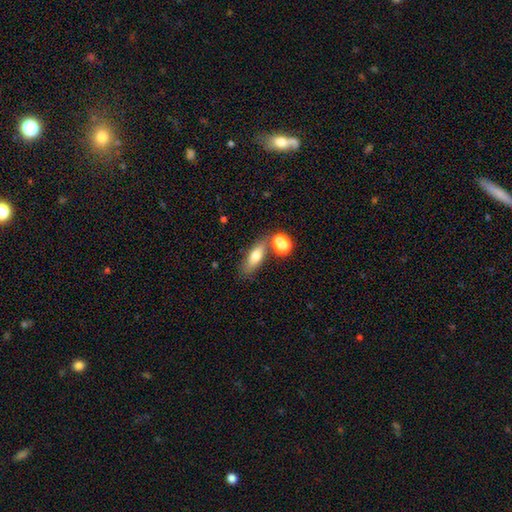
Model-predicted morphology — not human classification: type=smooth (68%); roundness=in between (64%); merging=none (61%).